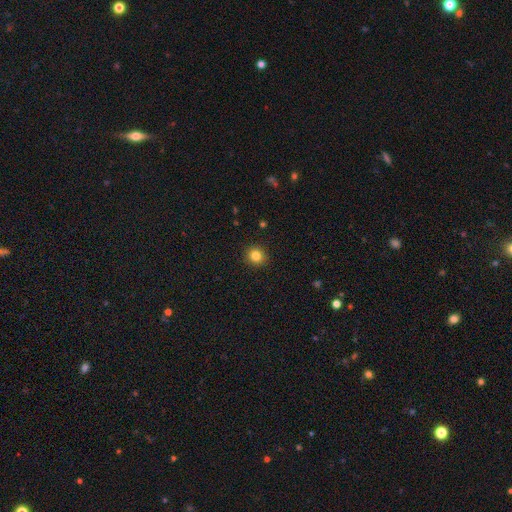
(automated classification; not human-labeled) Smooth or featured: smooth — 83% (star or artifact — 11%)
How rounded: round — 87% (in between — 12%)
Merging: none — 91% (minor disturbance — 6%)